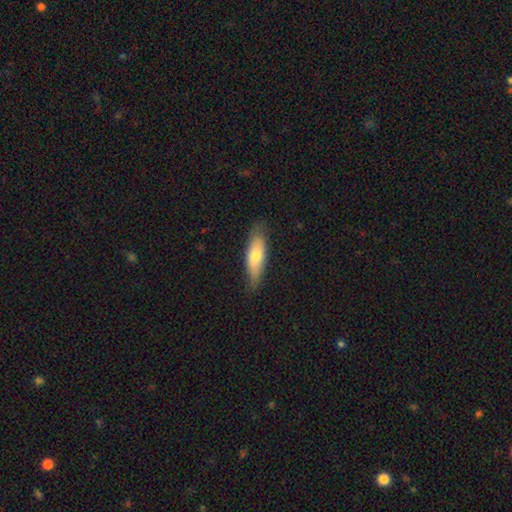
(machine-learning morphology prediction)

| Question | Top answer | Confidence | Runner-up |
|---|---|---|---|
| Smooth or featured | smooth | 70% | featured or disk (24%) |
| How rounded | in between | 55% | cigar-shaped (42%) |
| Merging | none | 77% | minor disturbance (19%) |